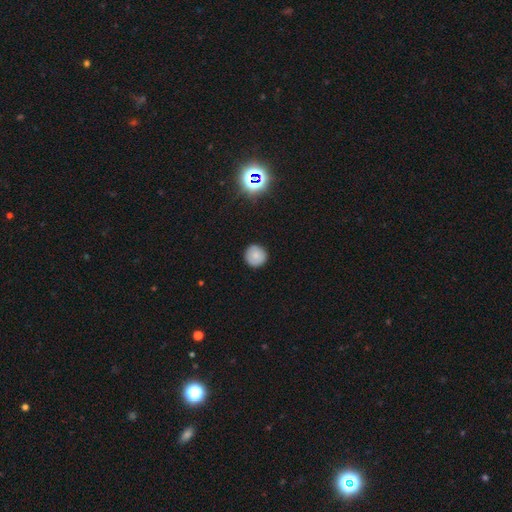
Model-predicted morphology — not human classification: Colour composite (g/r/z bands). It shows a smooth galaxy with no disk features (80%) that is round (94%). Merging: none (89%).